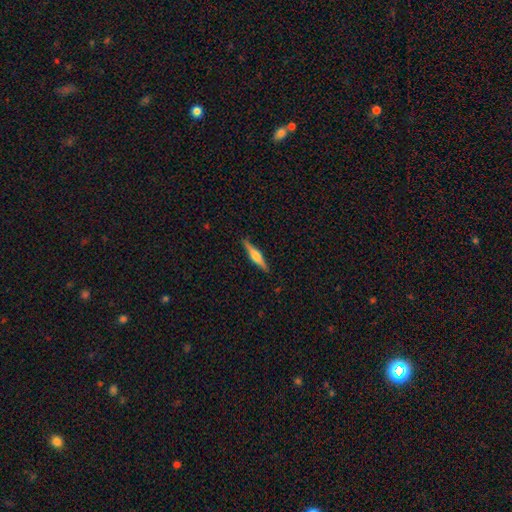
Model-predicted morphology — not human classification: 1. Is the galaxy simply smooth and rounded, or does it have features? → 65% featured or disk, 29% smooth, 6% star or artifact.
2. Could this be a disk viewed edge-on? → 98% yes, 2% no.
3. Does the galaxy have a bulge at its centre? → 80% rounded, 16% boxy, 4% none.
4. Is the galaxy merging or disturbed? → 89% none, 8% minor disturbance, 2% major disturbance, 1% merger.